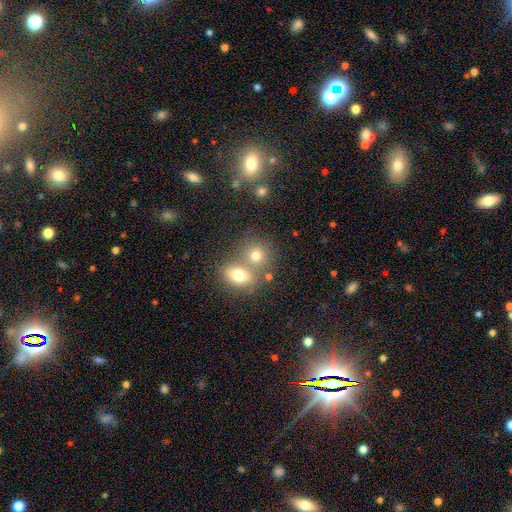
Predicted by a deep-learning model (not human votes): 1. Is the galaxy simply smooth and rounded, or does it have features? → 74% smooth, 13% star or artifact, 13% featured or disk.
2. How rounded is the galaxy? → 72% round, 27% in between, 1% cigar-shaped.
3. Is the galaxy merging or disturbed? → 45% none, 44% merger, 8% minor disturbance, 3% major disturbance.